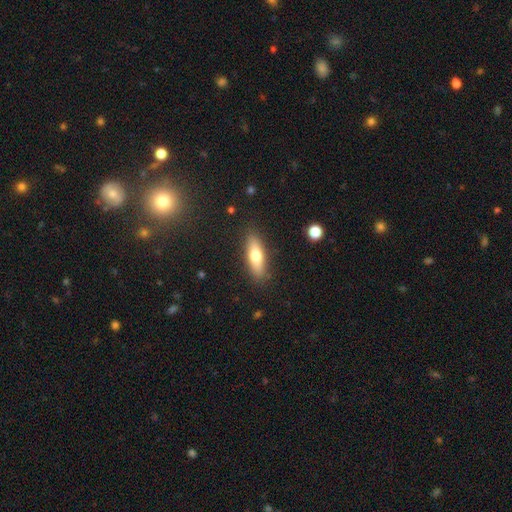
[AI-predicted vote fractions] This appears to be a smooth galaxy with no disk features (70%) that is in between round and cigar-shaped (52%). Merging: none (86%).